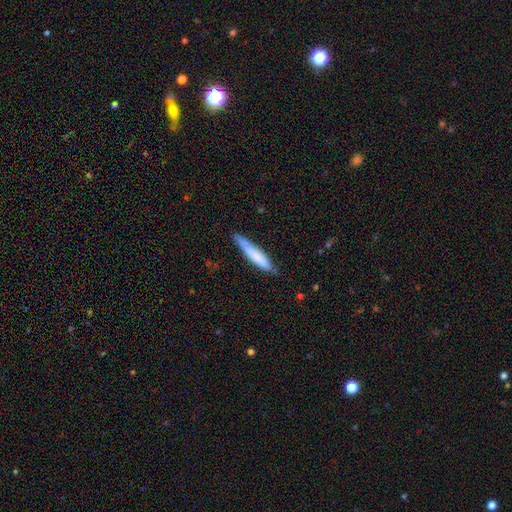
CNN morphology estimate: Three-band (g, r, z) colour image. It shows a smooth galaxy with no disk features (71%) that is cigar-shaped (90%). Merging: none (70%).